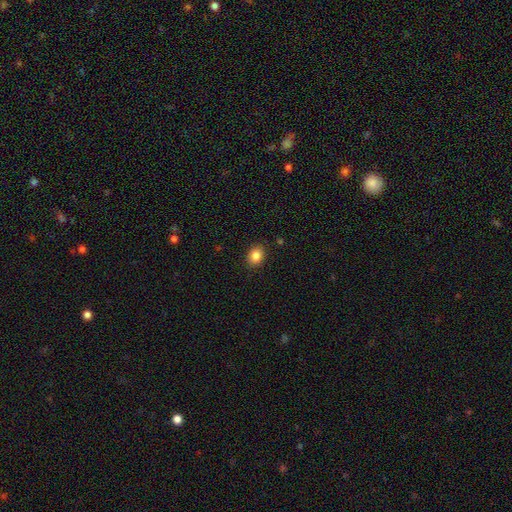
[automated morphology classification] Smooth or featured: smooth — 85% (star or artifact — 10%)
How rounded: in between — 57% (round — 42%)
Merging: none — 89% (minor disturbance — 8%)